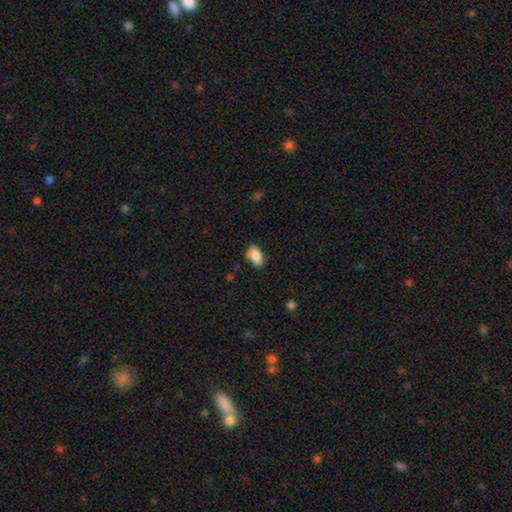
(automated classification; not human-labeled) This appears to be a smooth galaxy with no disk features (84%) that is in between round and cigar-shaped (91%). Merging: none (69%).